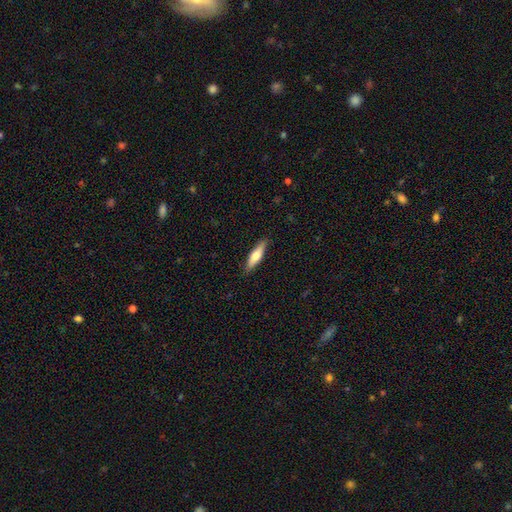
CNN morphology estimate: This appears to be a smooth galaxy with no disk features (63%) that is cigar-shaped (69%). Merging: none (88%).